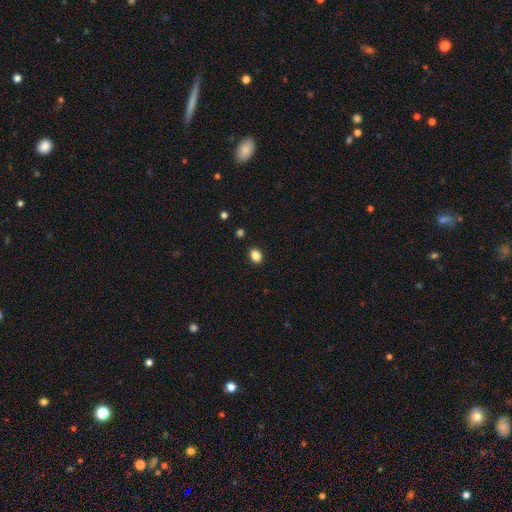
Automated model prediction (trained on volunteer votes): Smooth or featured: smooth — 86% (star or artifact — 10%)
How rounded: in between — 75% (round — 24%)
Merging: none — 89% (minor disturbance — 8%)